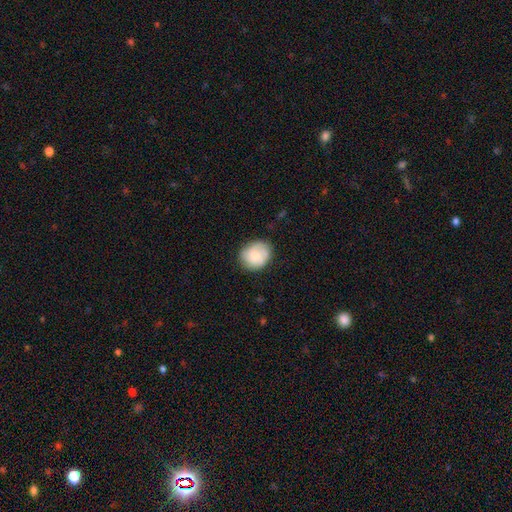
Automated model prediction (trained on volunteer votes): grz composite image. It shows a smooth galaxy with no disk features (71%) that is round (66%). Merging: none (73%).